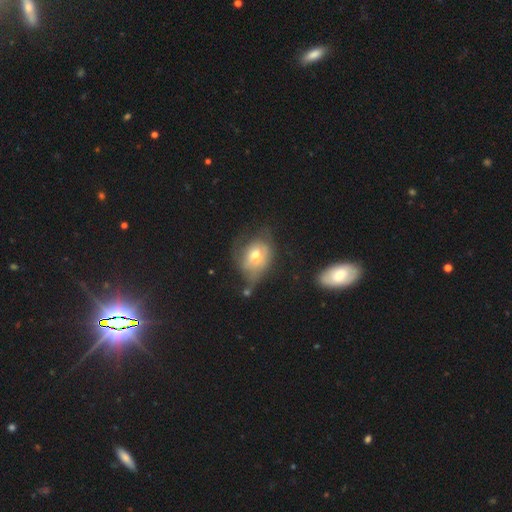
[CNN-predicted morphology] smooth_or_featured: featured or disk (p=0.47) [alt: smooth p=0.44]
merging: none (p=0.33) [alt: minor disturbance p=0.31]